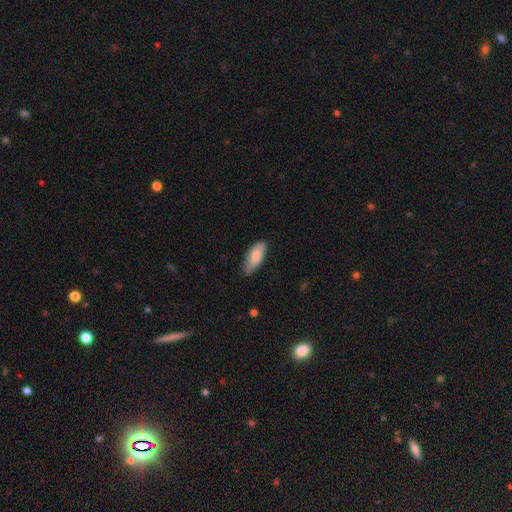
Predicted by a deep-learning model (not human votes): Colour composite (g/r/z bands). It shows a smooth galaxy with no disk features (82%) that is in between round and cigar-shaped (80%). Merging: none (74%).